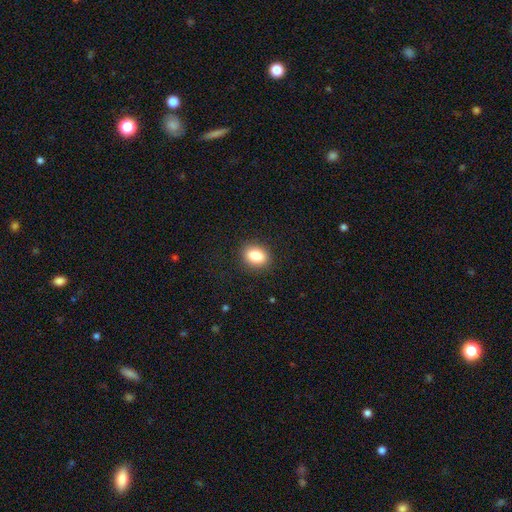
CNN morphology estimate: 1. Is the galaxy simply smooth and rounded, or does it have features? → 86% smooth, 9% star or artifact, 5% featured or disk.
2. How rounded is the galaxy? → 70% in between, 29% round, 1% cigar-shaped.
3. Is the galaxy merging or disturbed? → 88% none, 8% minor disturbance, 3% major disturbance, 1% merger.